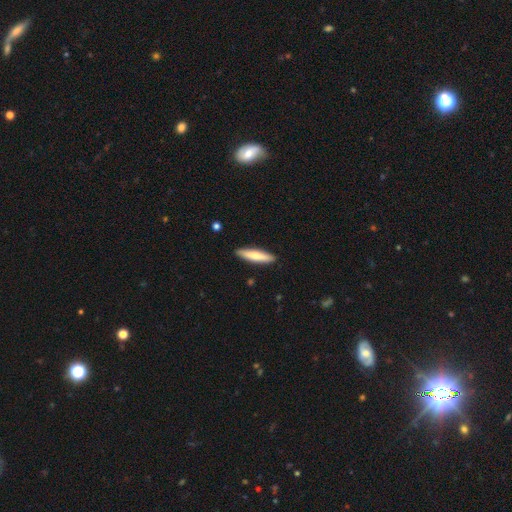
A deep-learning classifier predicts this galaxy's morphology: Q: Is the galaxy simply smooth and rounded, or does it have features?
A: smooth — 70%.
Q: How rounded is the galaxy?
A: cigar-shaped — 82%.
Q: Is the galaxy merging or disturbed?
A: none — 90%.